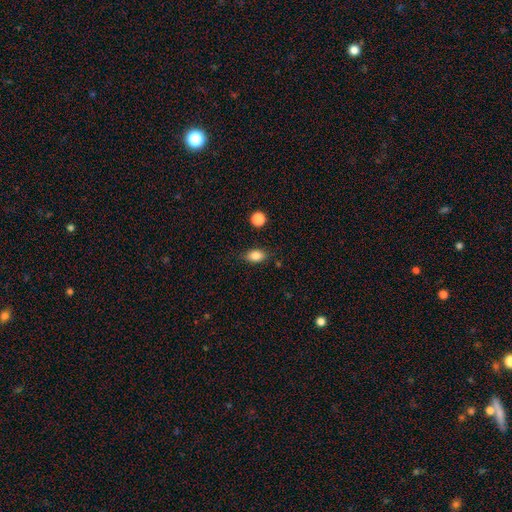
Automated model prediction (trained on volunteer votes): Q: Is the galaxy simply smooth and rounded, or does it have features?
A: smooth — 85%.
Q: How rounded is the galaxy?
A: in between — 83%.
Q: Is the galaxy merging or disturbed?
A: none — 82%.